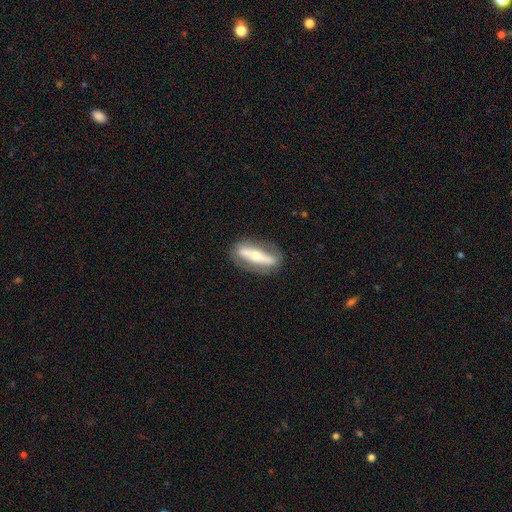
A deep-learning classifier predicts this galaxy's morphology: Smooth or featured? featured or disk (63%)
Edge-on disk? yes (57%)
Merging? none (81%)